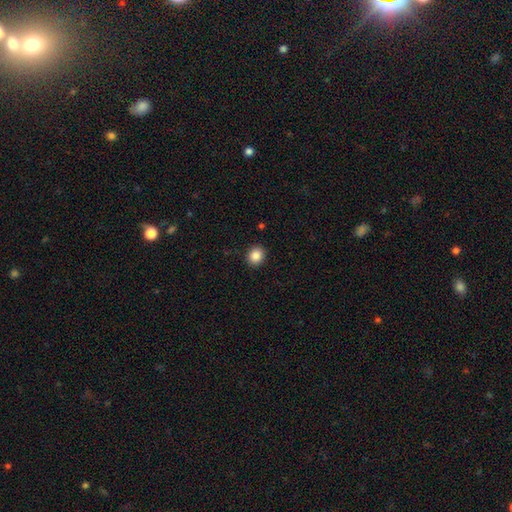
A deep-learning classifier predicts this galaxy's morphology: A smooth galaxy with no disk features (86%) that is round (73%). Merging: none (91%).